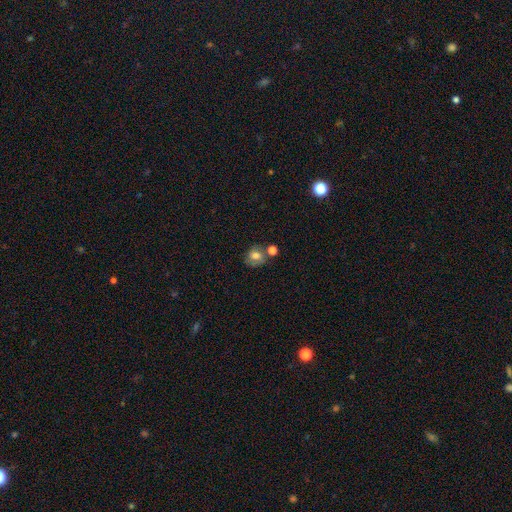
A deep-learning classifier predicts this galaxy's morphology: A smooth galaxy with no disk features (68%) that is round (65%). Merging: none (54%).